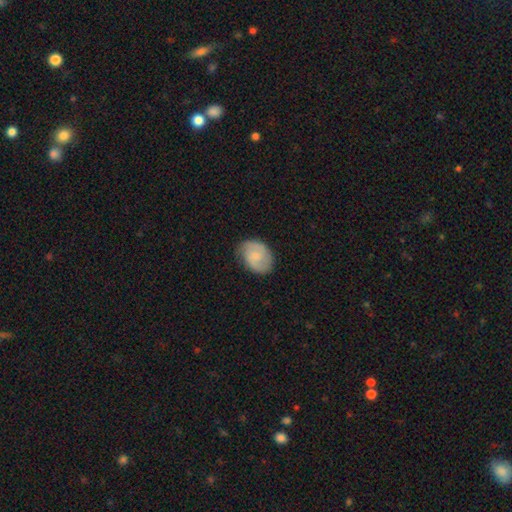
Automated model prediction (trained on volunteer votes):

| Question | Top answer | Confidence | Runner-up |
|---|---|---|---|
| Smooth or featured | smooth | 50% | featured or disk (43%) |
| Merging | none | 73% | minor disturbance (21%) |